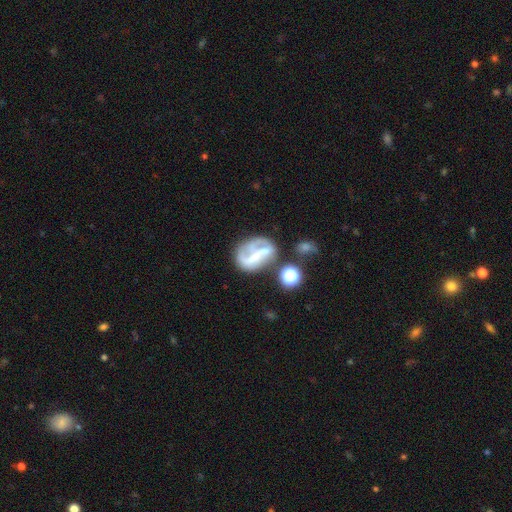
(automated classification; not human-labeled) smooth-or-featured: featured or disk: 60% | smooth: 28% | star or artifact: 13%
  disk-edge-on: no: 96% | yes: 4%
    bar: strong: 39% | no: 33% | weak: 28%
    has-spiral-arms: no: 53% | yes: 47%
    bulge-size: none: 50% | small: 28% | moderate: 17% | large: 4% | dominant: 2%
  merging: none: 37% | major disturbance: 26% | minor disturbance: 21% | merger: 16%